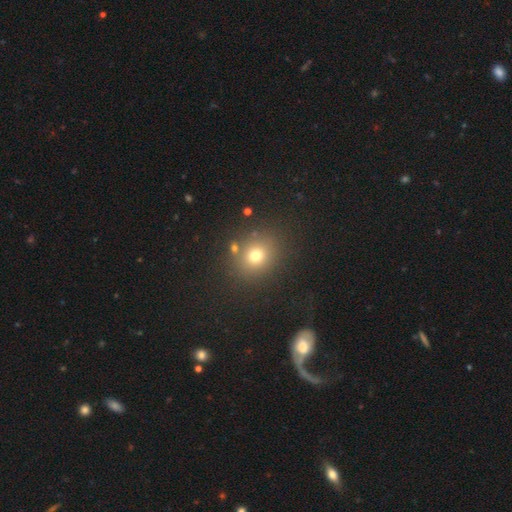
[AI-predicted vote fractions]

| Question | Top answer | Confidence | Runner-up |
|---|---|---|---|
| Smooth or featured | smooth | 71% | star or artifact (19%) |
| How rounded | round | 78% | in between (21%) |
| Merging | none | 82% | minor disturbance (9%) |